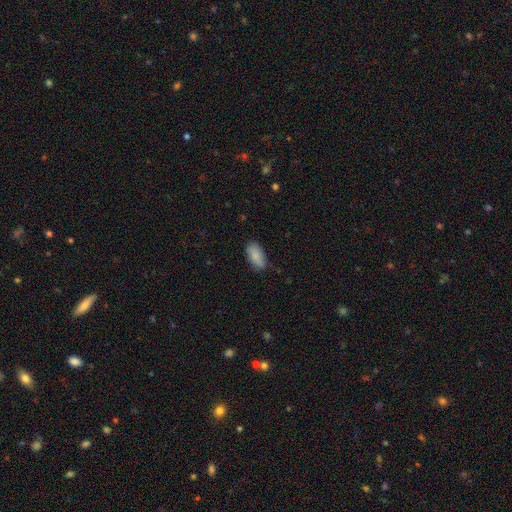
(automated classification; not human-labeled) This appears to be a smooth galaxy with no disk features (87%) that is in between round and cigar-shaped (91%). Merging: none (79%).